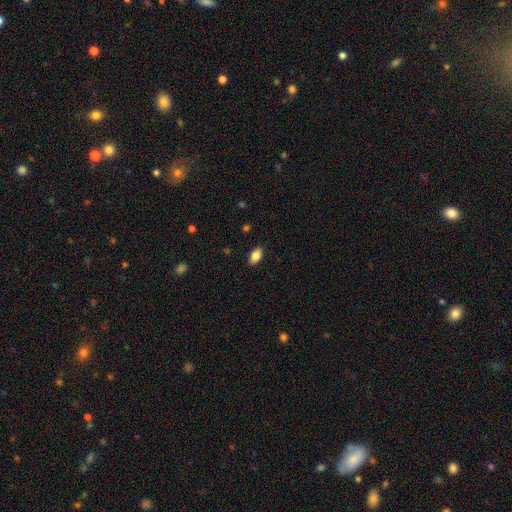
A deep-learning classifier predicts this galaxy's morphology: Smooth or featured? Predicted: smooth (p=0.84). How rounded? Predicted: in between (p=0.92). Merging? Predicted: none (p=0.88).